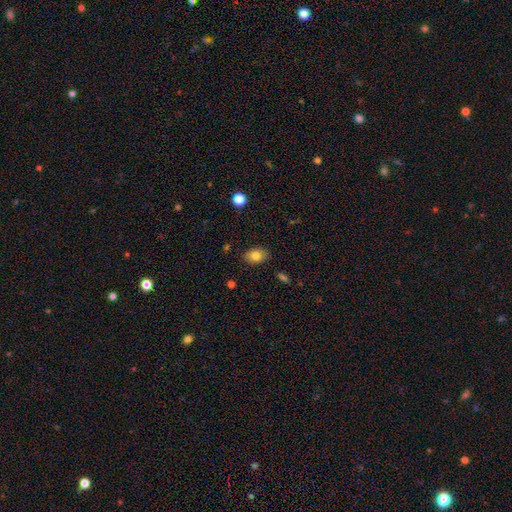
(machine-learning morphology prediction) Smooth or featured: smooth — 82% (featured or disk — 10%)
How rounded: in between — 82% (round — 16%)
Merging: none — 84% (minor disturbance — 12%)